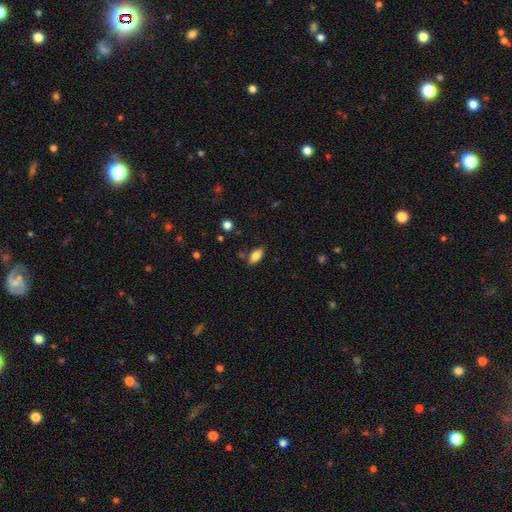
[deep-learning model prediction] This appears to be a smooth galaxy with no disk features (75%) that is in between round and cigar-shaped (85%). Merging: none (82%).